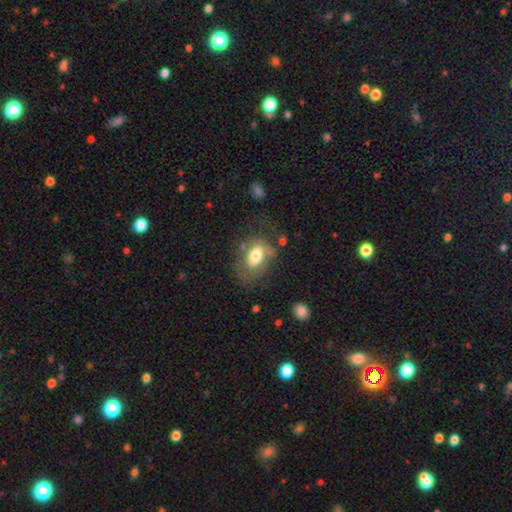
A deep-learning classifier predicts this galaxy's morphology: smooth_or_featured: smooth (p=0.61) [alt: featured or disk p=0.31]
how_rounded: in between (p=0.82) [alt: round p=0.17]
merging: none (p=0.48) [alt: minor disturbance p=0.25]